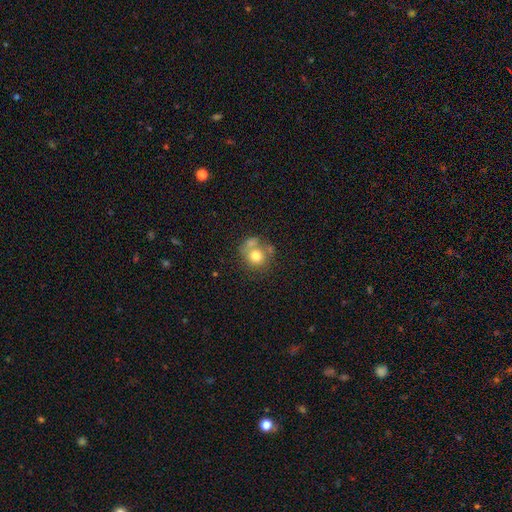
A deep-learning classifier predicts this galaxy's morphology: The model was most divided on "merging": none: 43%, merger: 33%, minor disturbance: 15%, major disturbance: 9%. More confident: how rounded — round (79%); smooth or featured — smooth (71%).